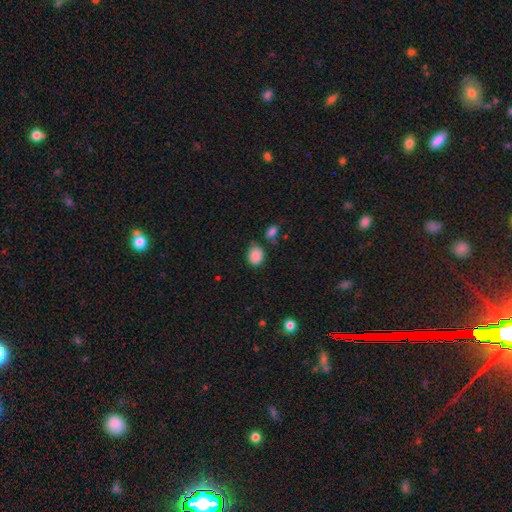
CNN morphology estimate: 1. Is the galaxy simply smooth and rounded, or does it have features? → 87% smooth, 9% star or artifact, 4% featured or disk.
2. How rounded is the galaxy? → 57% round, 42% in between, 1% cigar-shaped.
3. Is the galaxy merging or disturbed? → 74% none, 16% minor disturbance, 6% merger, 4% major disturbance.